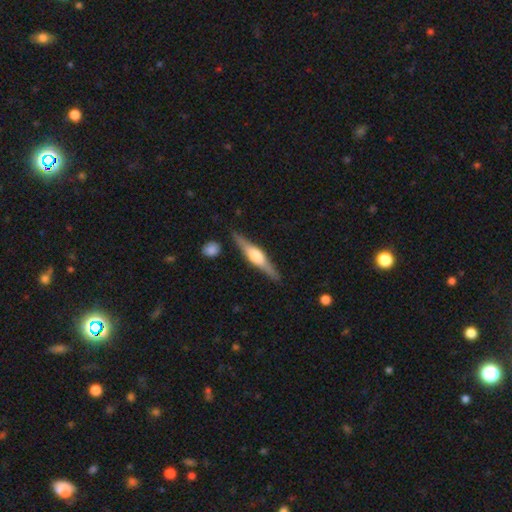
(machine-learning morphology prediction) Q: Smooth or featured?
A: featured or disk (72%); runner-up: smooth (23%)
Q: Edge-on disk?
A: yes (97%); runner-up: no (3%)
Q: Edge-on bulge?
A: rounded (83%); runner-up: boxy (14%)
Q: Merging?
A: none (87%); runner-up: minor disturbance (9%)